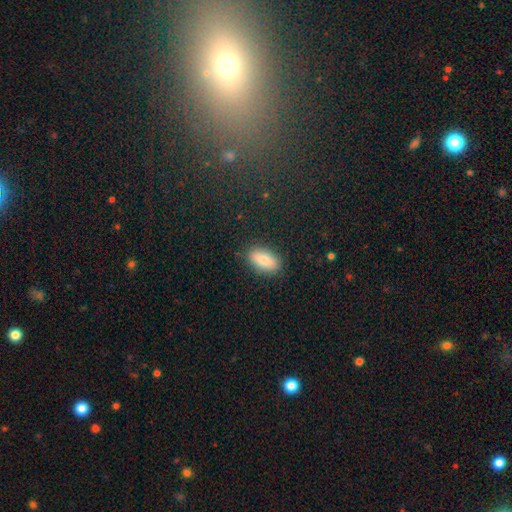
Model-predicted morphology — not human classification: This appears to be a smooth galaxy with no disk features (84%) that is in between round and cigar-shaped (90%). Merging: none (87%).